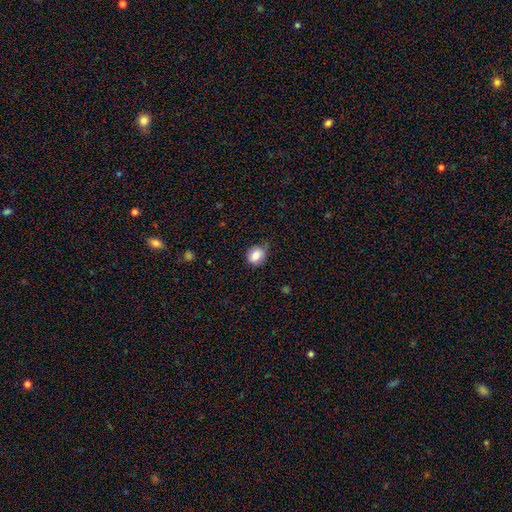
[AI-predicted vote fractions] Morphology: type=smooth (83%); roundness=round (67%); merging=none (74%).